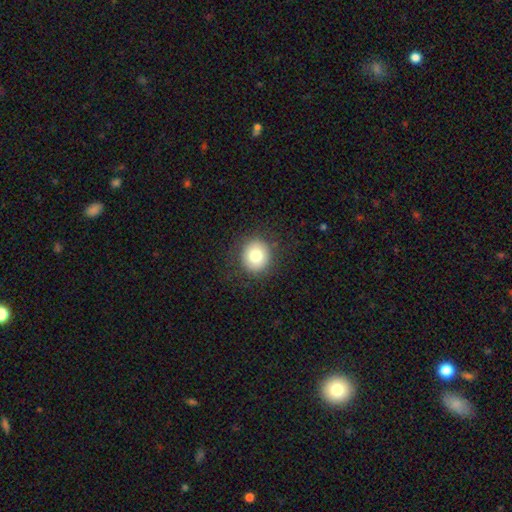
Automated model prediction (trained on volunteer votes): Smooth or featured? Predicted: smooth (p=0.77). How rounded? Predicted: round (p=0.89). Merging? Predicted: none (p=0.87).